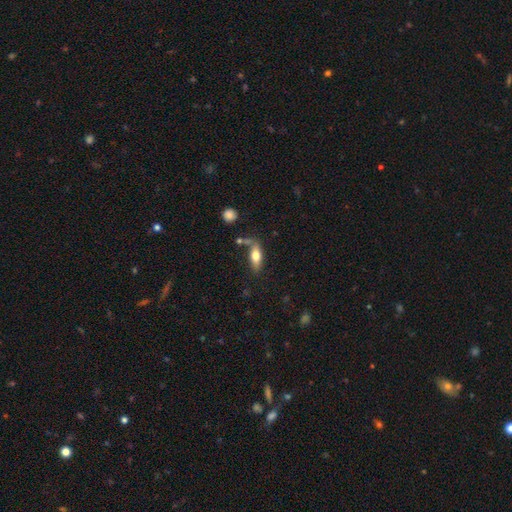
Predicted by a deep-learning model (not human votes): Smooth or featured? Predicted: smooth (p=0.65). How rounded? Predicted: in between (p=0.70). Merging? Predicted: none (p=0.60).